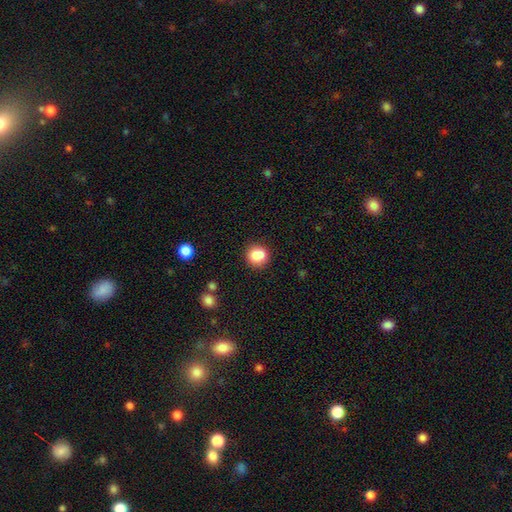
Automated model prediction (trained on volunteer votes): smooth-or-featured: smooth: 79% | featured or disk: 11% | star or artifact: 10%
  how-rounded: round: 82% | in between: 17% | cigar-shaped: 1%
  merging: none: 58% | merger: 26% | minor disturbance: 12% | major disturbance: 4%